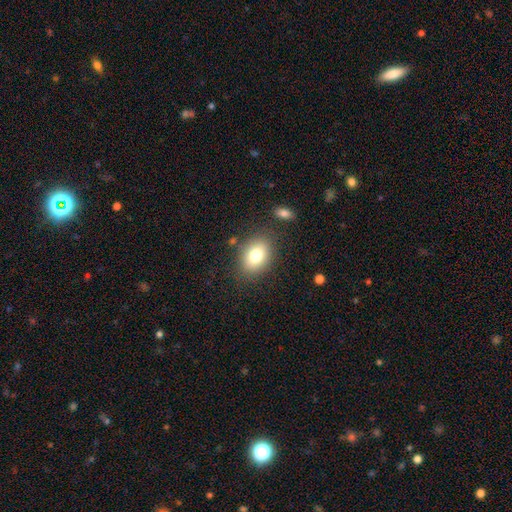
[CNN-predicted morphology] smooth 77%, featured or disk 13%, star or artifact 10%. Down the decision tree: how rounded — in between (73%); merging — none (81%).